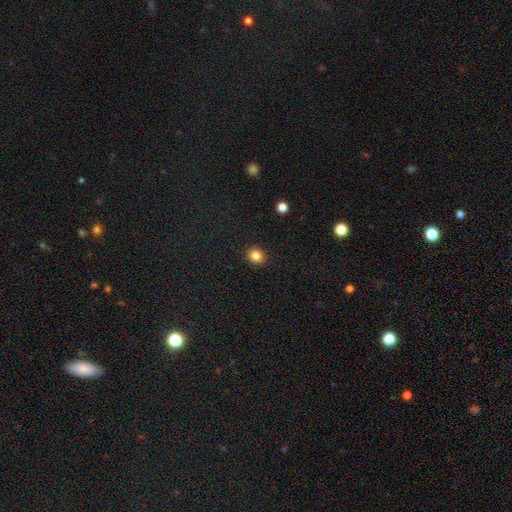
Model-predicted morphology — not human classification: Q: Smooth or featured?
A: smooth (85%); runner-up: star or artifact (10%)
Q: How rounded?
A: round (67%); runner-up: in between (32%)
Q: Merging?
A: none (91%); runner-up: minor disturbance (6%)